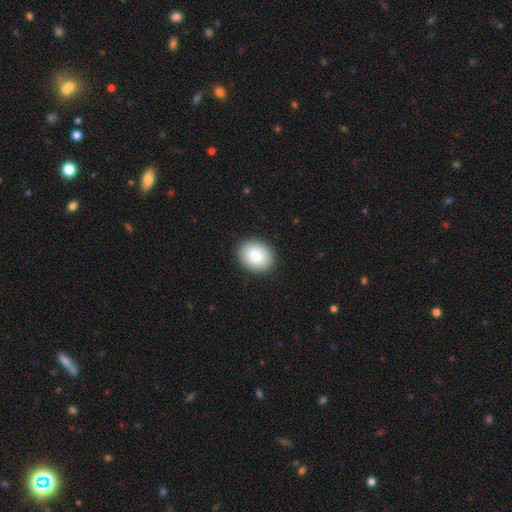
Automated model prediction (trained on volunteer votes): smooth 87%, star or artifact 7%, featured or disk 6%. Down the decision tree: how rounded — in between (55%); merging — none (90%).